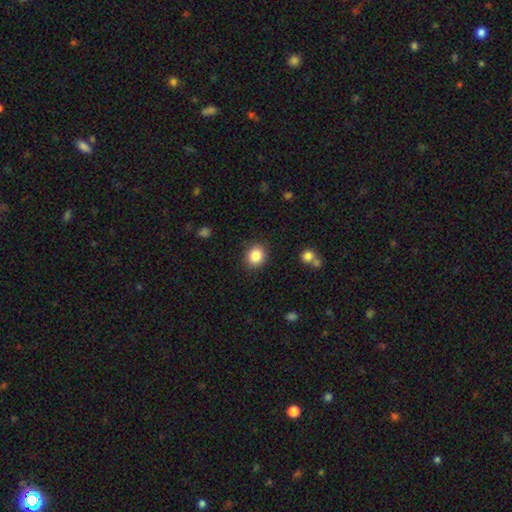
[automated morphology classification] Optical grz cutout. It shows a smooth galaxy with no disk features (86%) that is round (72%). Merging: none (88%).